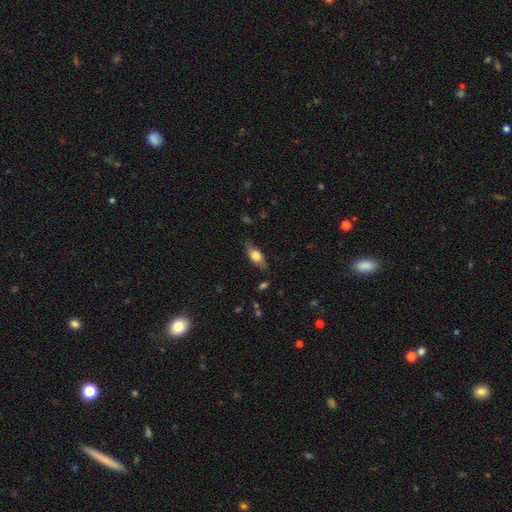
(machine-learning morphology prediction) A smooth galaxy with no disk features (60%) that is in between round and cigar-shaped (76%). Merging: none (78%).